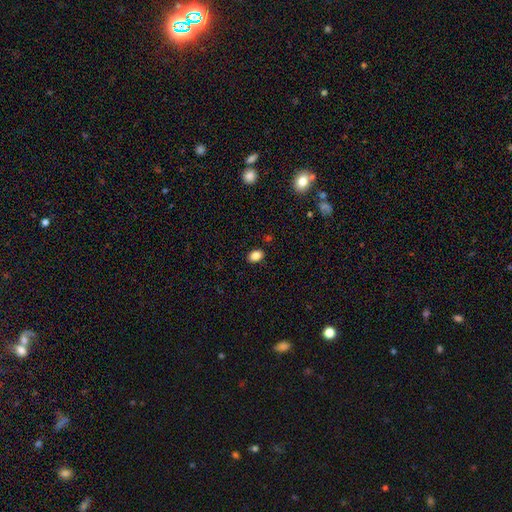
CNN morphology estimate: A smooth galaxy with no disk features (86%) that is in between round and cigar-shaped (79%).

Vote fractions:
- Smooth or featured? smooth: 86% / star or artifact: 10% / featured or disk: 5%
- How rounded? in between: 79% / round: 20% / cigar-shaped: 1%
- Merging? none: 88% / minor disturbance: 9% / major disturbance: 2% / merger: 1%